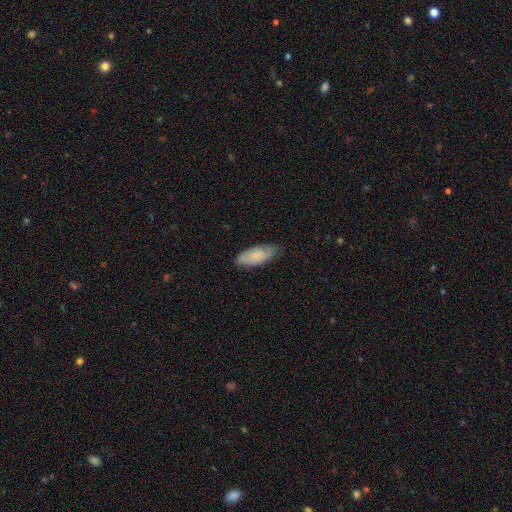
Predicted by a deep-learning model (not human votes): This appears to be a smooth galaxy with no disk features (79%) that is in between round and cigar-shaped (83%). Merging: none (76%).